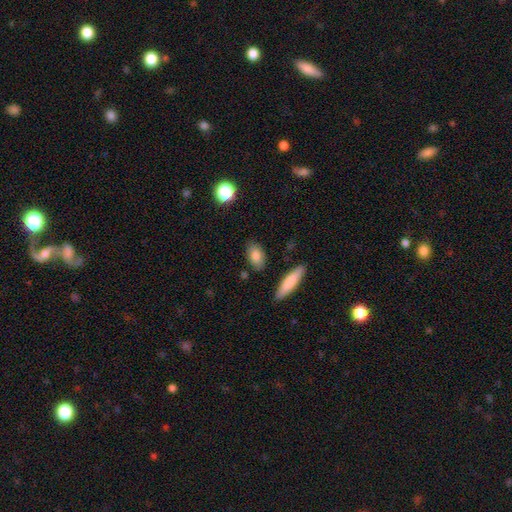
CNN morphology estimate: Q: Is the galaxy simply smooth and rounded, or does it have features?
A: smooth — 83%.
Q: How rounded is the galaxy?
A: in between — 87%.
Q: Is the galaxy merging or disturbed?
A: none — 82%.